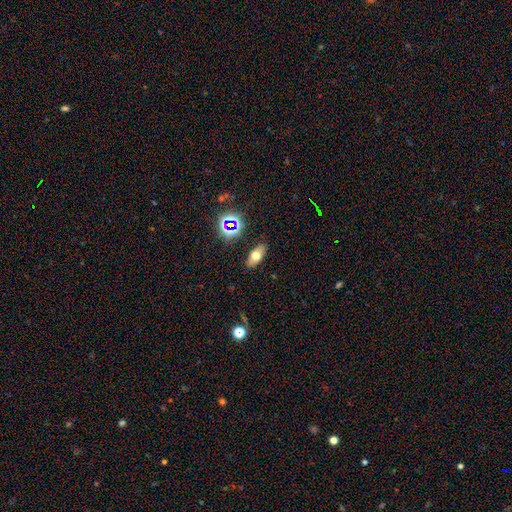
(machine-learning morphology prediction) Smooth or featured: smooth — 61% (featured or disk — 23%)
How rounded: in between — 80% (cigar-shaped — 13%)
Merging: none — 86% (minor disturbance — 10%)